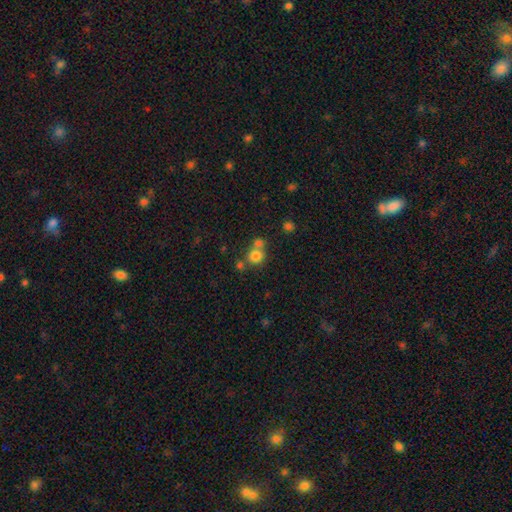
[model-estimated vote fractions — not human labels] smooth-or-featured: smooth: 78% | star or artifact: 14% | featured or disk: 9%
  how-rounded: round: 86% | in between: 13% | cigar-shaped: 1%
  merging: none: 51% | merger: 37% | minor disturbance: 8% | major disturbance: 4%